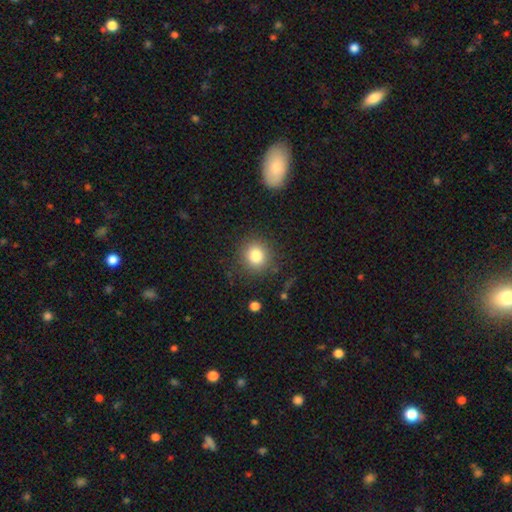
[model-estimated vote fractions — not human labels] A smooth galaxy with no disk features (81%) that is round (88%). Merging: none (86%).